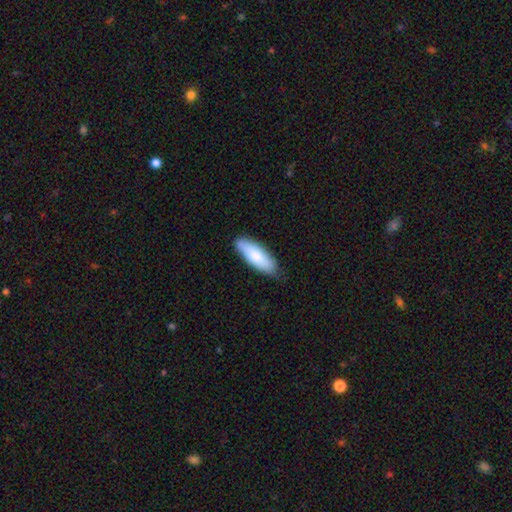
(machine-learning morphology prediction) Smooth or featured? Predicted: smooth (p=0.82). How rounded? Predicted: in between (p=0.63). Merging? Predicted: none (p=0.80).